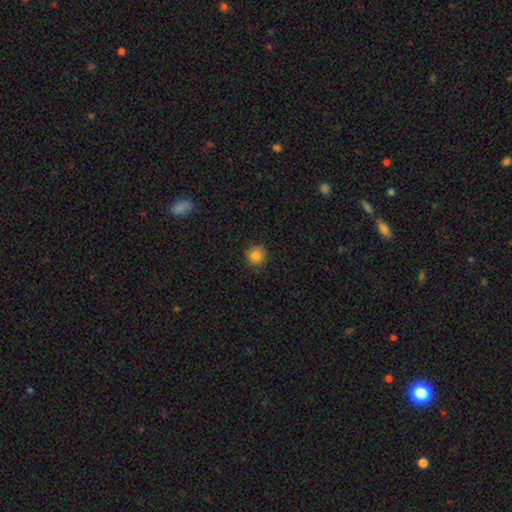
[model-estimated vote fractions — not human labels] This appears to be a smooth galaxy with no disk features (85%) that is round (92%). Merging: none (87%).